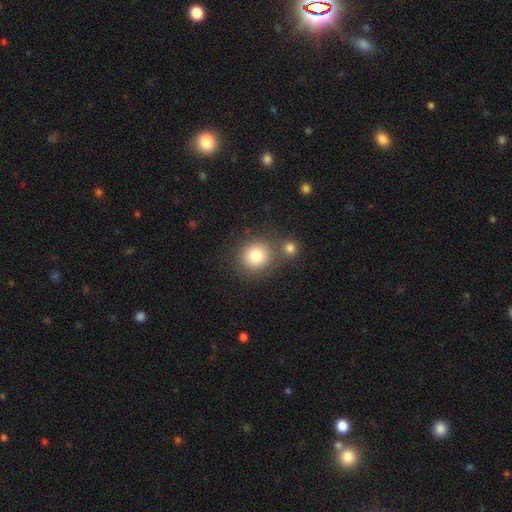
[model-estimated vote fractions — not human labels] The model was most divided on "merging": none: 68%, merger: 20%, minor disturbance: 9%, major disturbance: 3%. More confident: how rounded — round (89%); smooth or featured — smooth (81%).